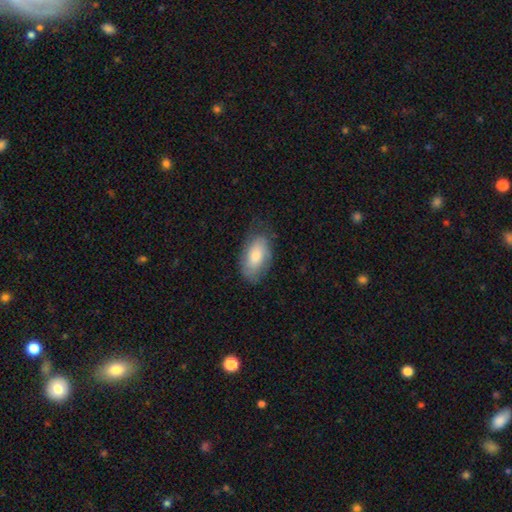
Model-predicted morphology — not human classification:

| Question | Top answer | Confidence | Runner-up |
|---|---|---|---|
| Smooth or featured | smooth | 75% | featured or disk (19%) |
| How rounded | in between | 94% | round (3%) |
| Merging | none | 66% | minor disturbance (24%) |